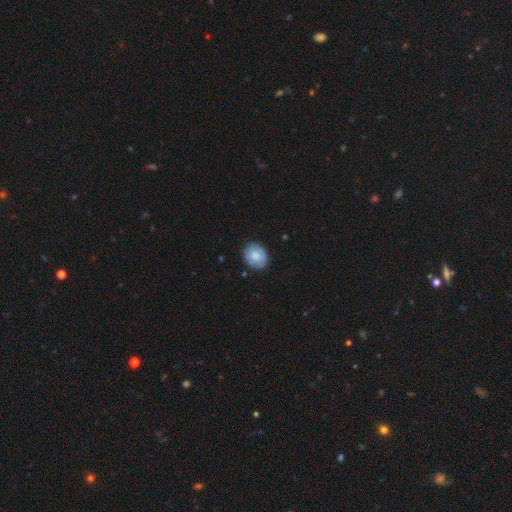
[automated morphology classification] Smooth or featured?
  - smooth: 82% *
  - featured or disk: 11%
  - star or artifact: 7%
How rounded?
  - round: 62% *
  - in between: 37%
  - cigar-shaped: 1%
Merging?
  - none: 83% *
  - minor disturbance: 13%
  - major disturbance: 2%
  - merger: 1%